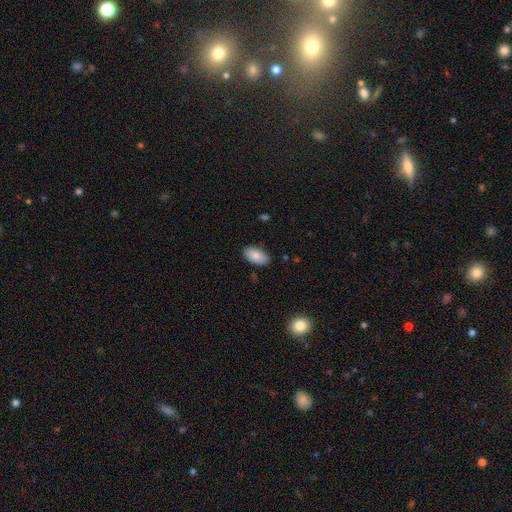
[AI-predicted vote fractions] Q: Smooth or featured?
A: smooth (86%); runner-up: featured or disk (8%)
Q: How rounded?
A: in between (95%); runner-up: round (3%)
Q: Merging?
A: none (85%); runner-up: minor disturbance (12%)